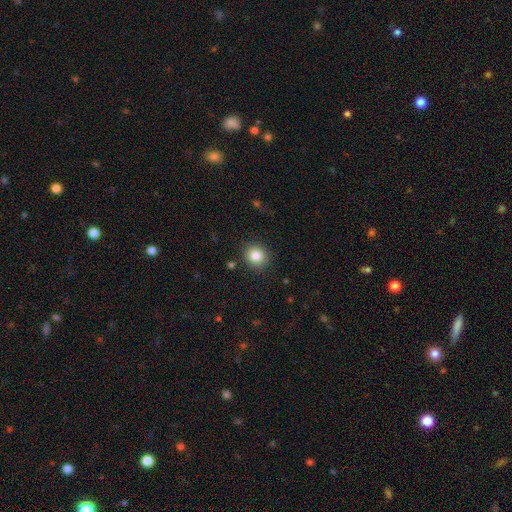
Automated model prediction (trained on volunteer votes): Smooth or featured? smooth (83%)
How rounded? round (89%)
Merging? none (89%)